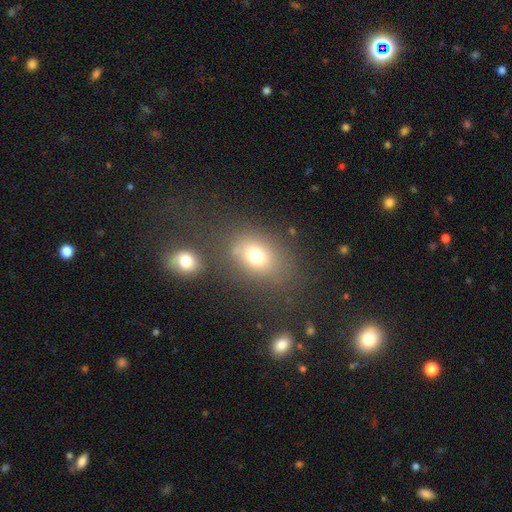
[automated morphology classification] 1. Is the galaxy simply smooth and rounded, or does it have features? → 72% smooth, 15% star or artifact, 13% featured or disk.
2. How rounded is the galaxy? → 57% in between, 41% round, 1% cigar-shaped.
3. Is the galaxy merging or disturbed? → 68% none, 13% minor disturbance, 11% merger, 8% major disturbance.